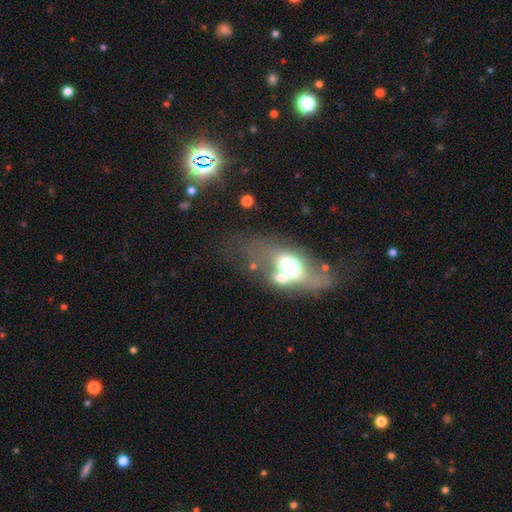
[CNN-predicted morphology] The model was most divided on "smooth or featured": featured or disk: 46%, smooth: 35%, star or artifact: 19%. Remaining: merging — none (45%).